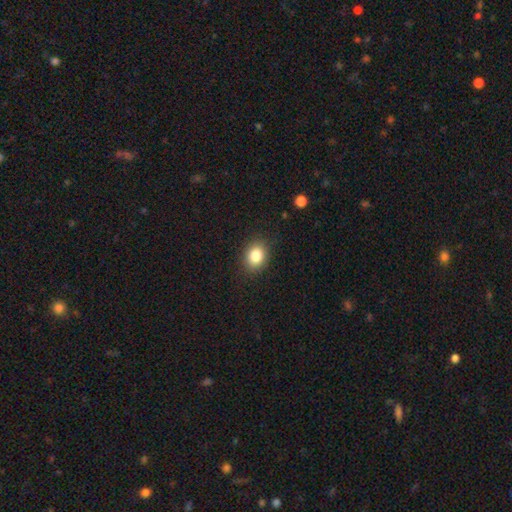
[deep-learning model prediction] Morphology: type=smooth (84%); roundness=in between (58%); merging=none (87%).